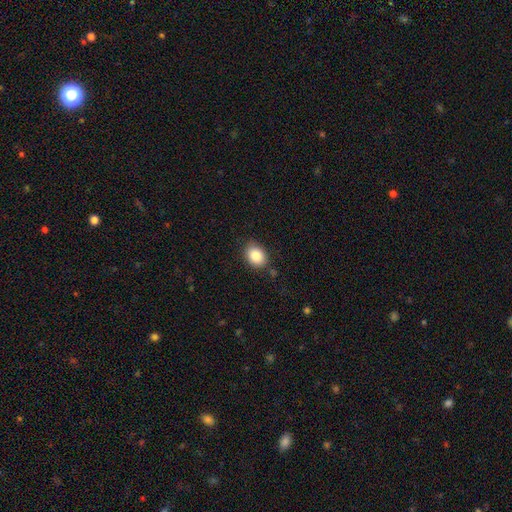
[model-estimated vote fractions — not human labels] smooth_or_featured: smooth (p=0.87) [alt: star or artifact p=0.08]
how_rounded: in between (p=0.64) [alt: round p=0.35]
merging: none (p=0.82) [alt: minor disturbance p=0.13]